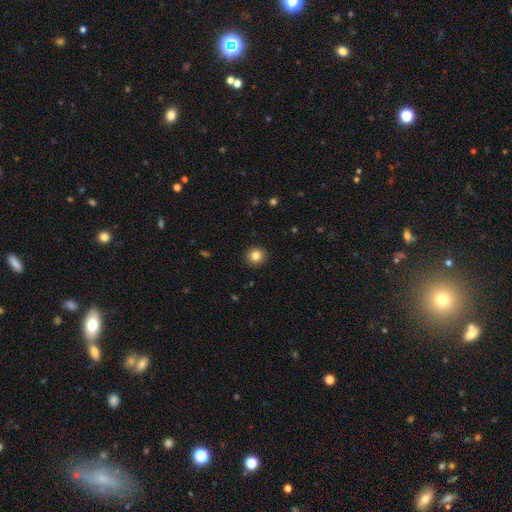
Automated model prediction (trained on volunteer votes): The model was most divided on "smooth or featured": smooth: 83%, star or artifact: 11%, featured or disk: 6%. More confident: how rounded — round (92%); merging — none (92%).